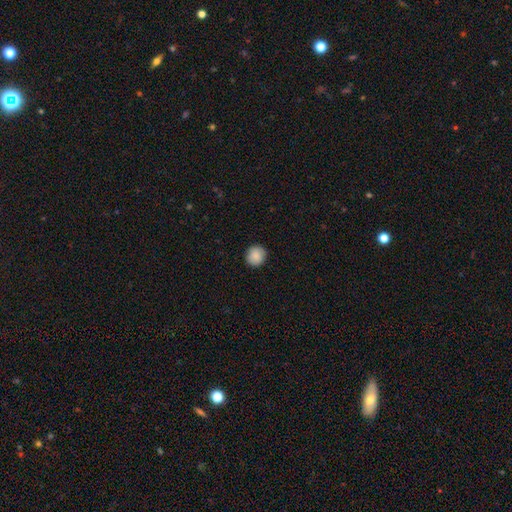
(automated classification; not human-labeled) The model was most divided on "smooth or featured": smooth: 88%, star or artifact: 8%, featured or disk: 5%. More confident: how rounded — round (90%); merging — none (90%).